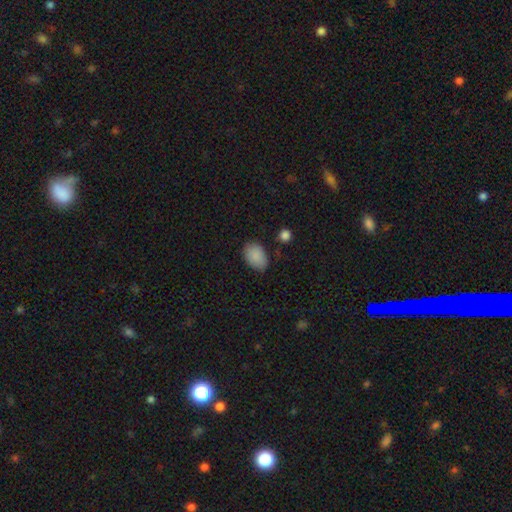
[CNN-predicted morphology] smooth_or_featured: smooth (p=0.88) [alt: star or artifact p=0.07]
how_rounded: in between (p=0.85) [alt: round p=0.14]
merging: none (p=0.76) [alt: minor disturbance p=0.17]